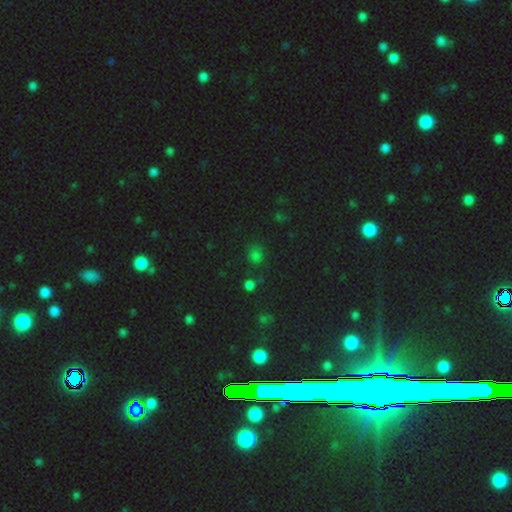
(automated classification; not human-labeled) Q: Smooth or featured?
A: smooth (60%); runner-up: star or artifact (35%)
Q: How rounded?
A: round (81%); runner-up: in between (18%)
Q: Merging?
A: none (74%); runner-up: minor disturbance (14%)